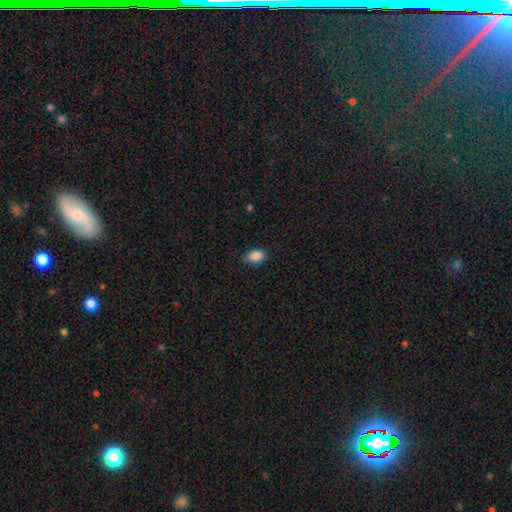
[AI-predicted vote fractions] Smooth or featured?
  - smooth: 88% *
  - star or artifact: 9%
  - featured or disk: 4%
How rounded?
  - in between: 85% *
  - round: 14%
  - cigar-shaped: 1%
Merging?
  - none: 82% *
  - minor disturbance: 14%
  - major disturbance: 3%
  - merger: 1%